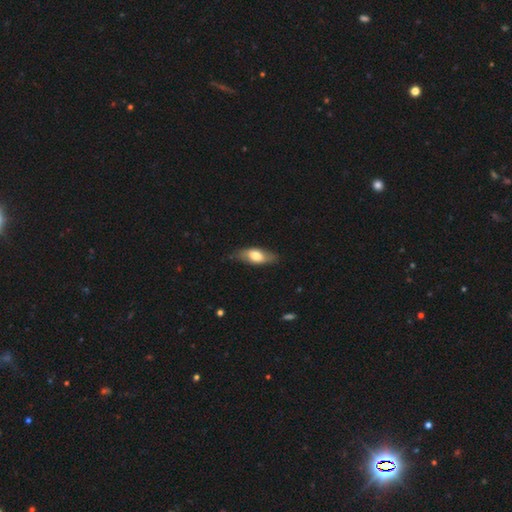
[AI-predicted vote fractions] smooth 66%, featured or disk 28%, star or artifact 6%. Down the decision tree: how rounded — in between (79%); merging — none (78%).